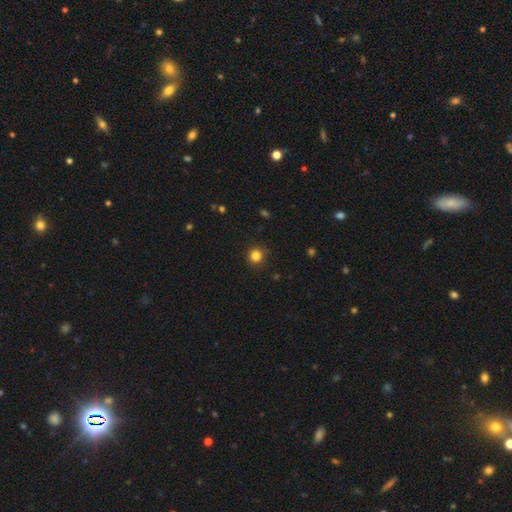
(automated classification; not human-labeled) Smooth or featured? smooth (83%)
How rounded? round (93%)
Merging? none (89%)